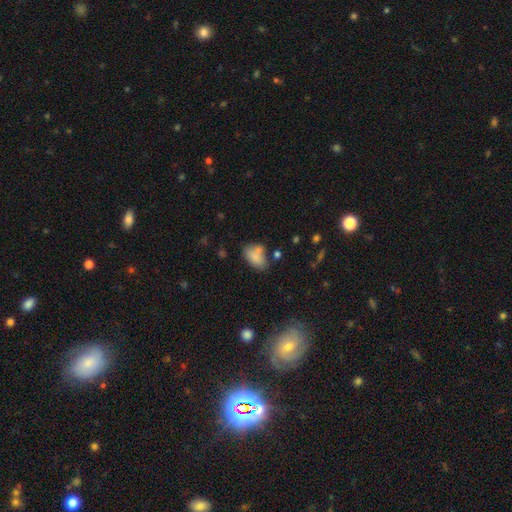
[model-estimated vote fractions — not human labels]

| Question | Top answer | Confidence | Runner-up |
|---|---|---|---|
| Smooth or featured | smooth | 79% | featured or disk (12%) |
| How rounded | in between | 87% | round (11%) |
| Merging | none | 53% | merger (21%) |